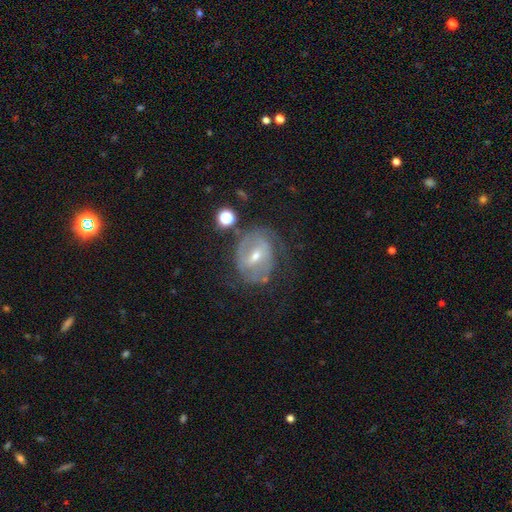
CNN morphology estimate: smooth_or_featured: featured or disk (p=0.77) [alt: smooth p=0.15]
disk_edge_on: no (p=0.96) [alt: yes p=0.04]
bar: weak (p=0.48) [alt: strong p=0.34]
has_spiral_arms: yes (p=0.78) [alt: no p=0.22]
spiral_winding: tight (p=0.48) [alt: medium p=0.36]
spiral_arm_count: 2 (p=0.54) [alt: can't tell p=0.30]
bulge_size: moderate (p=0.49) [alt: small p=0.48]
merging: none (p=0.60) [alt: minor disturbance p=0.21]